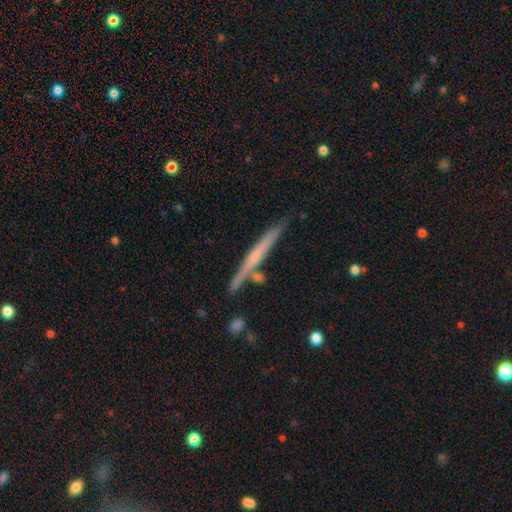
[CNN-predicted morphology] The model was most divided on "smooth or featured": featured or disk: 56%, smooth: 38%, star or artifact: 6%. More confident: edge-on disk — yes (96%); merging — none (79%); edge-on bulge — none (65%).